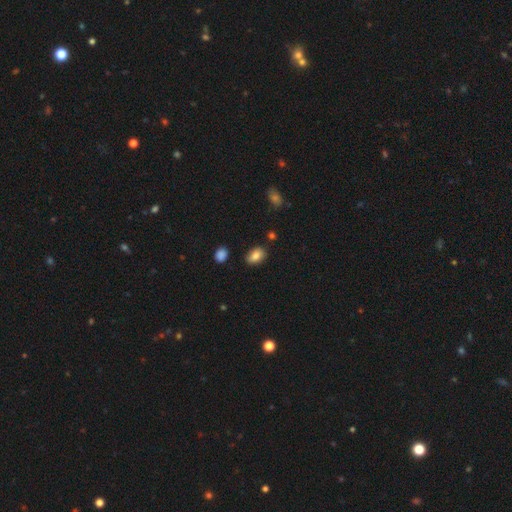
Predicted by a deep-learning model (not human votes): Morphology: type=smooth (83%); roundness=in between (84%); merging=none (82%).